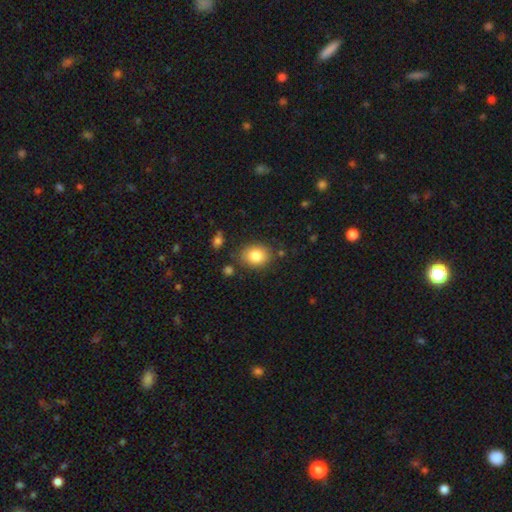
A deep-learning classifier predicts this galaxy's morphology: smooth_or_featured: smooth (p=0.83) [alt: star or artifact p=0.09]
how_rounded: in between (p=0.54) [alt: round p=0.45]
merging: none (p=0.80) [alt: minor disturbance p=0.13]